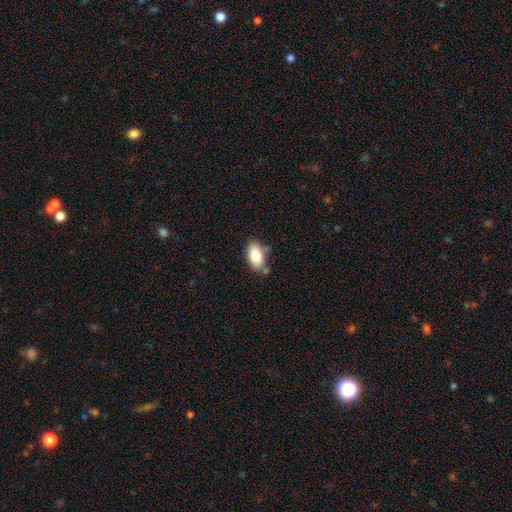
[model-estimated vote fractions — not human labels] This is clearly a smooth galaxy (81%). How rounded: clearly in between (92%). Merging: likely none (72%).